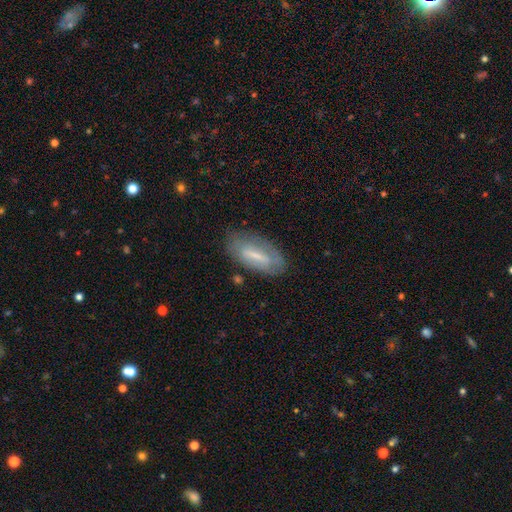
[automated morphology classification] A smooth galaxy with no disk features (50%) that is in between round and cigar-shaped (71%). Merging: none (73%).